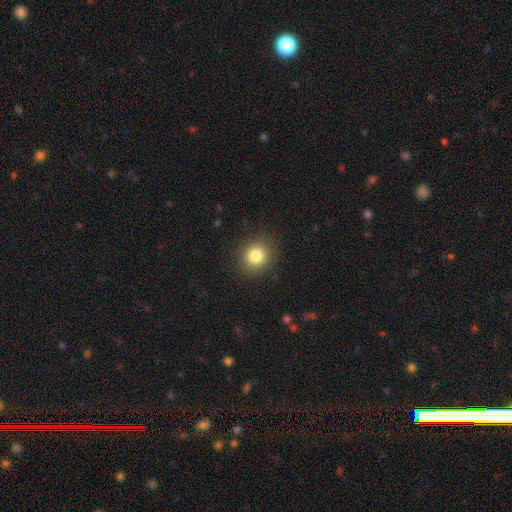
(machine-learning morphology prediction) smooth-or-featured: smooth: 83% | star or artifact: 11% | featured or disk: 6%
  how-rounded: round: 82% | in between: 17% | cigar-shaped: 1%
  merging: none: 89% | minor disturbance: 8% | major disturbance: 3% | merger: 1%